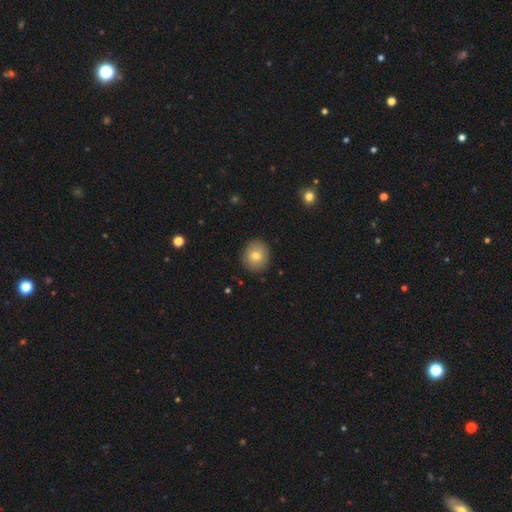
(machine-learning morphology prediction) Smooth or featured? smooth (76%)
How rounded? round (83%)
Merging? none (89%)